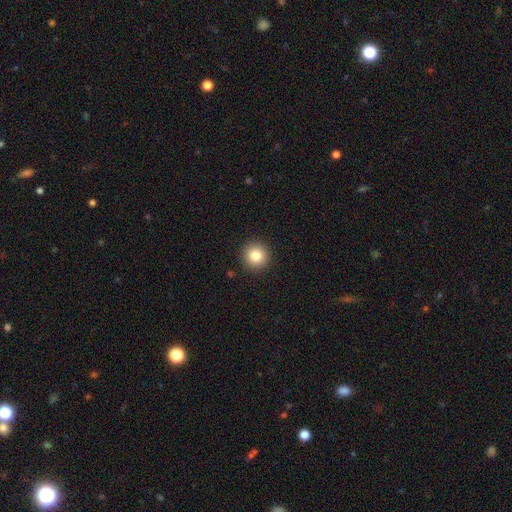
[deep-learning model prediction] smooth_or_featured: smooth (p=0.83) [alt: star or artifact p=0.10]
how_rounded: round (p=0.95) [alt: in between p=0.04]
merging: none (p=0.92) [alt: minor disturbance p=0.05]